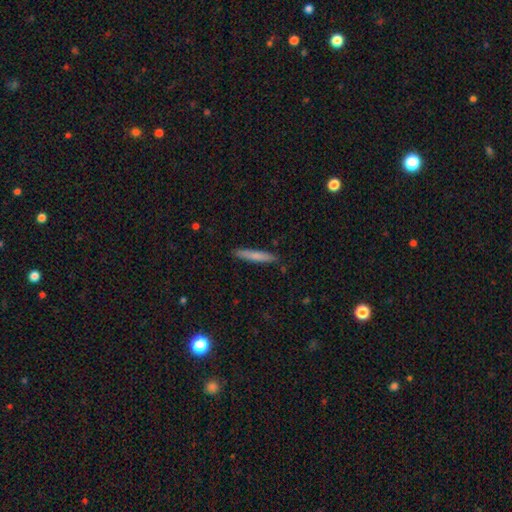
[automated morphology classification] smooth 73%, featured or disk 21%, star or artifact 6%. Down the decision tree: how rounded — cigar-shaped (94%); merging — none (89%).